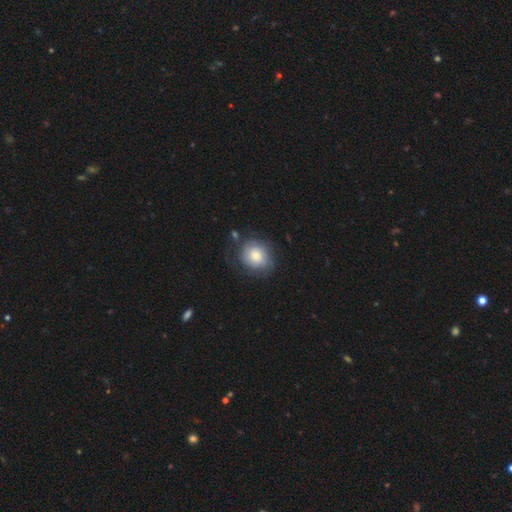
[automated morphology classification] Q: Smooth or featured?
A: smooth (60%); runner-up: featured or disk (33%)
Q: How rounded?
A: round (77%); runner-up: in between (22%)
Q: Merging?
A: none (66%); runner-up: minor disturbance (21%)